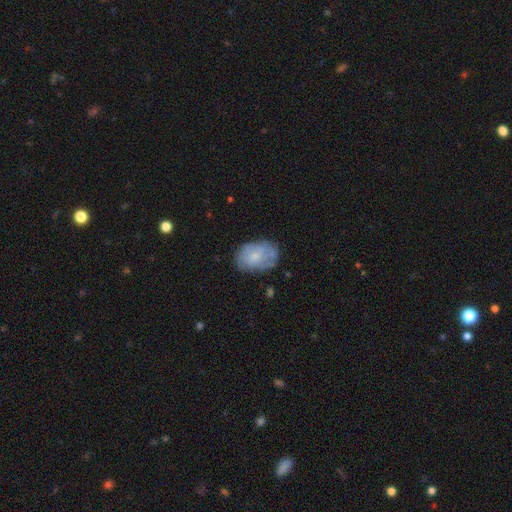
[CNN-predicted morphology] This appears to be a smooth galaxy with no disk features (56%) that is in between round and cigar-shaped (81%). Merging: none (67%).